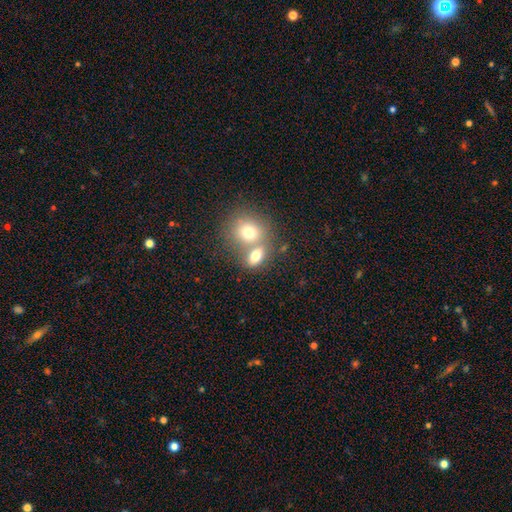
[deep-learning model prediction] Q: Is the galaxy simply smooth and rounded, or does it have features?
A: smooth — 75%.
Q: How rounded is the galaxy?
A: in between — 65%.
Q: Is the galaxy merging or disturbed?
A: merger — 51%.